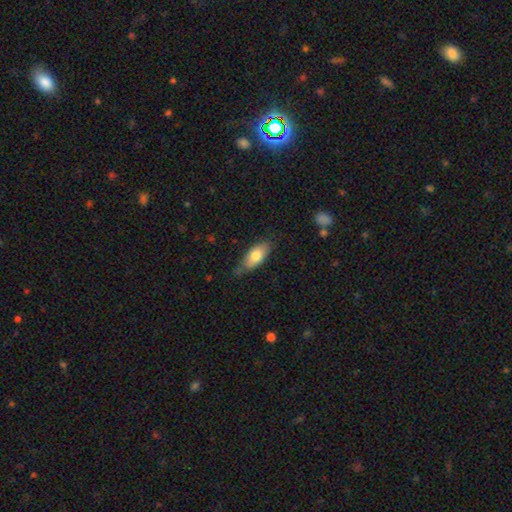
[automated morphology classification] This is likely a smooth galaxy (73%). How rounded: clearly in between (80%). Merging: likely none (66%).